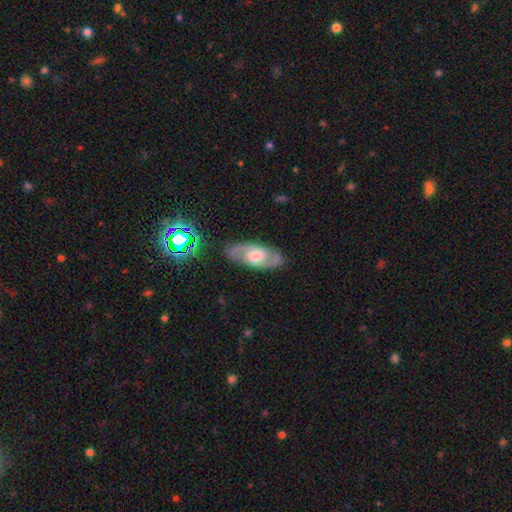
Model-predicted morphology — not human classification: smooth-or-featured: featured or disk: 66% | smooth: 28% | star or artifact: 6%
  disk-edge-on: no: 87% | yes: 13%
    bar: no: 45% | weak: 41% | strong: 14%
    has-spiral-arms: yes: 72% | no: 28%
    bulge-size: moderate: 56% | large: 26% | small: 14% | none: 2% | dominant: 2%
  merging: none: 84% | minor disturbance: 11% | major disturbance: 4% | merger: 2%